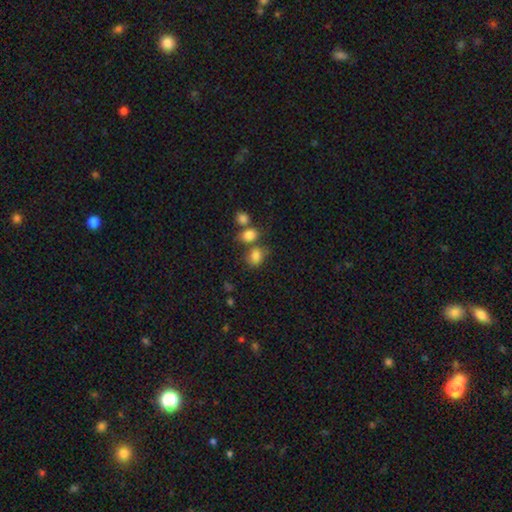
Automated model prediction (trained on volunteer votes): Overall: smooth (81%). How rounded: in between (54%; round 44%). Merging: none (48%; merger 31%).